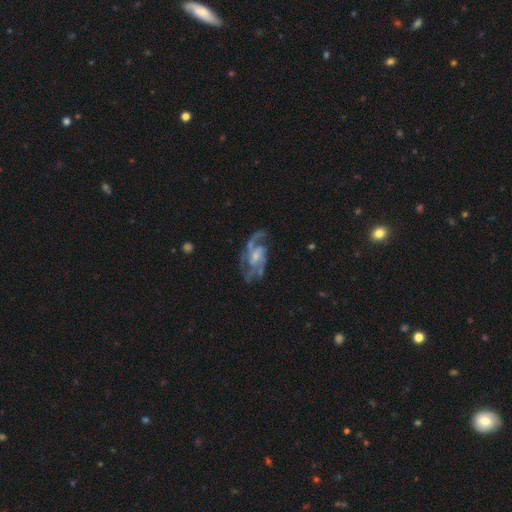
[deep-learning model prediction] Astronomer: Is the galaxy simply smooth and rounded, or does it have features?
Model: featured or disk — 86%.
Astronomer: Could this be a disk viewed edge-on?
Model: no — 97%.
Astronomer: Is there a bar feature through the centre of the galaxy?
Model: no — 46% (runner-up: weak, 43%).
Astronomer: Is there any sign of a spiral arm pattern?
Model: yes — 94%.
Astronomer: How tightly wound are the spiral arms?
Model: medium — 52% (runner-up: loose, 27%).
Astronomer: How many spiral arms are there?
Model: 2 — 47%.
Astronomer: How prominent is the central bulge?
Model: small — 56%.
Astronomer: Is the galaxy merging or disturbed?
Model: none — 60%.